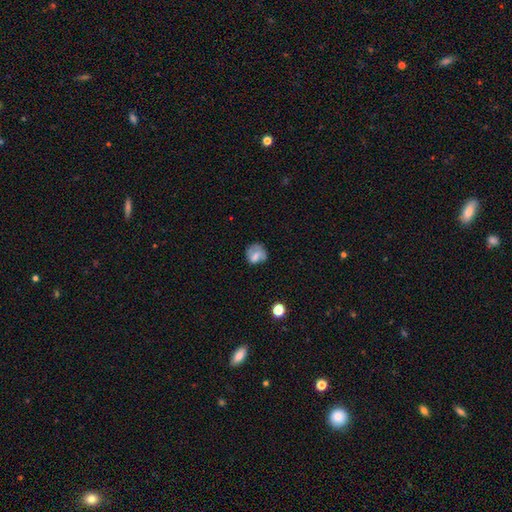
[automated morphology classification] smooth-or-featured: smooth: 64% | featured or disk: 26% | star or artifact: 10%
  how-rounded: round: 72% | in between: 27% | cigar-shaped: 1%
  merging: none: 52% | minor disturbance: 27% | major disturbance: 16% | merger: 5%